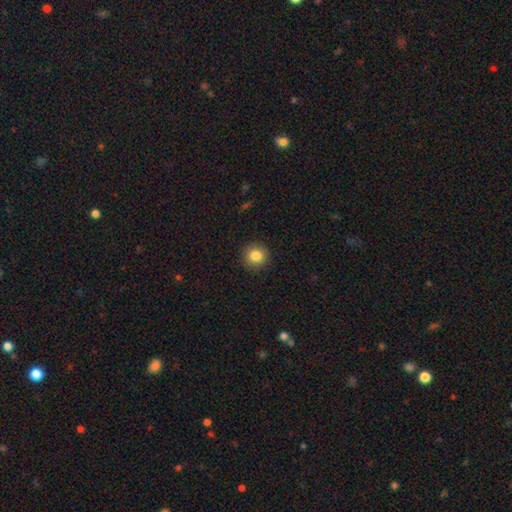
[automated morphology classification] type=smooth (84%); roundness=round (93%); merging=none (92%).